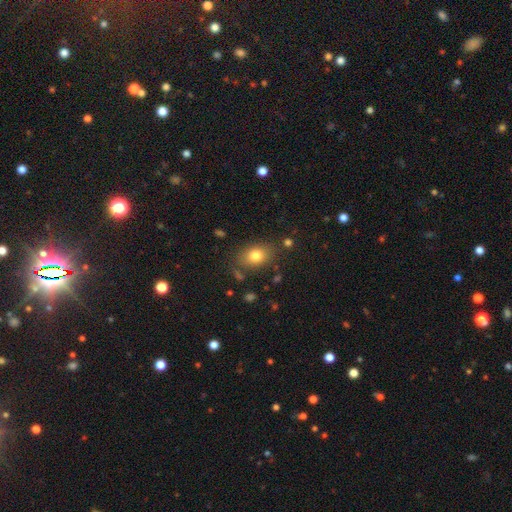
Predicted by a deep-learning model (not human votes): Overall: smooth (79%). How rounded: in between (69%; round 30%). Merging: none (79%).